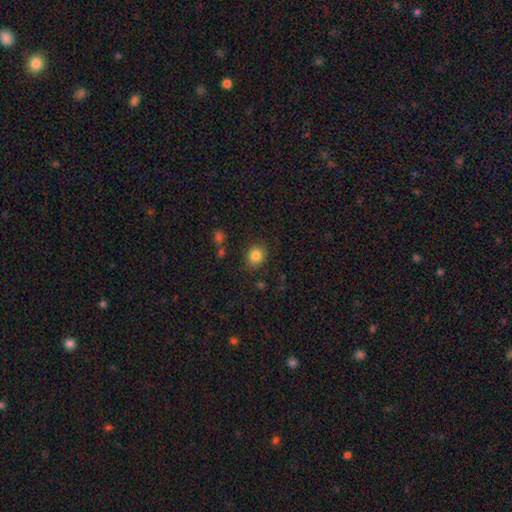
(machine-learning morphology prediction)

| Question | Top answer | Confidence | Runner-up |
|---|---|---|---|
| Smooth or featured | smooth | 84% | star or artifact (11%) |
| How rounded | round | 71% | in between (28%) |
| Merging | none | 85% | minor disturbance (9%) |